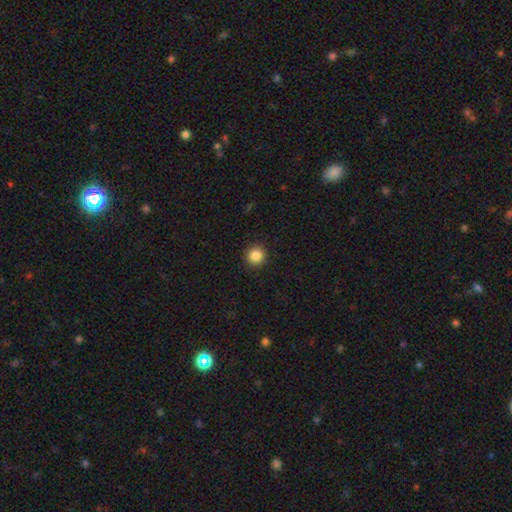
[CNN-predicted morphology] Overall: smooth (87%). How rounded: round (94%). Merging: none (92%).